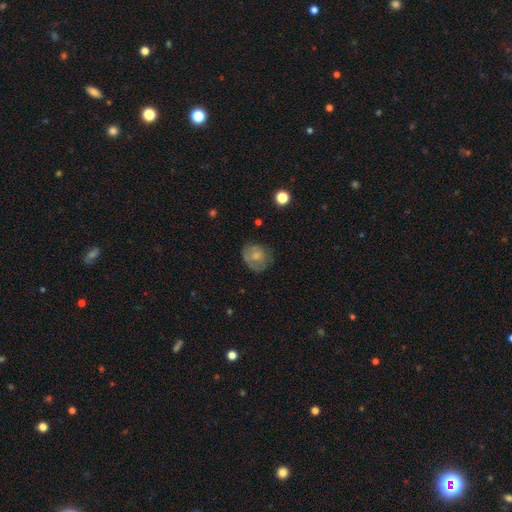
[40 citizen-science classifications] smooth 62%, featured or disk 30%, star or artifact 8%. Down the decision tree: how rounded — round (68%); merging — none (59%).